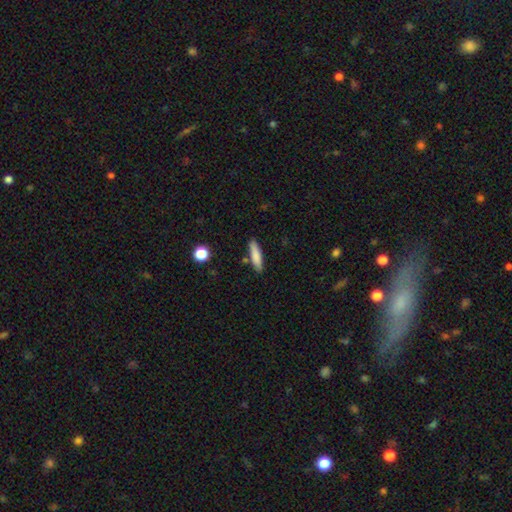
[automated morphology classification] smooth-or-featured: smooth: 82% | featured or disk: 11% | star or artifact: 7%
  how-rounded: cigar-shaped: 77% | in between: 21% | round: 2%
  merging: none: 83% | minor disturbance: 11% | merger: 4% | major disturbance: 2%